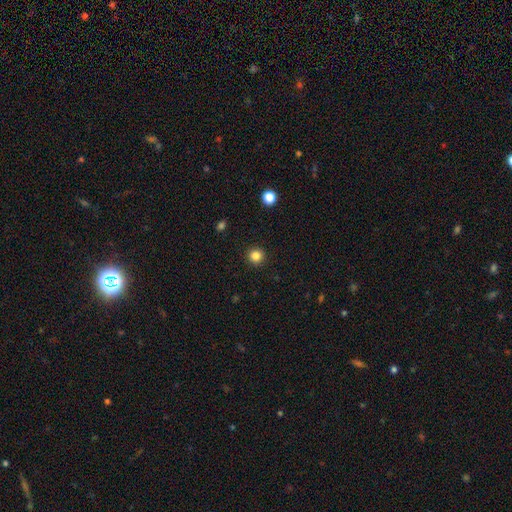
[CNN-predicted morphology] A smooth galaxy with no disk features (84%) that is round (94%). Merging: none (93%).